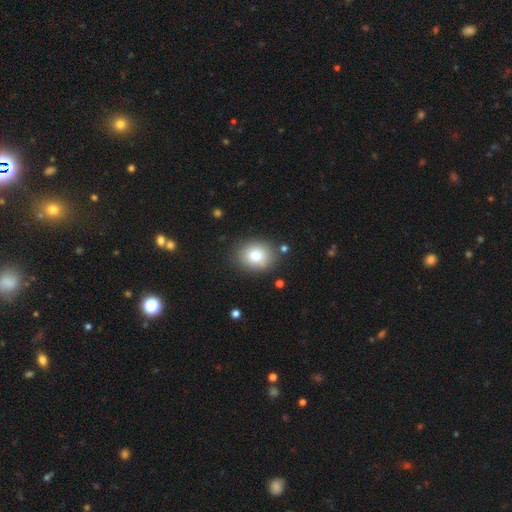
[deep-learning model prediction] Smooth or featured?
  - smooth: 83% *
  - star or artifact: 9%
  - featured or disk: 9%
How rounded?
  - in between: 56% *
  - round: 43%
  - cigar-shaped: 1%
Merging?
  - none: 82% *
  - minor disturbance: 12%
  - major disturbance: 3%
  - merger: 3%